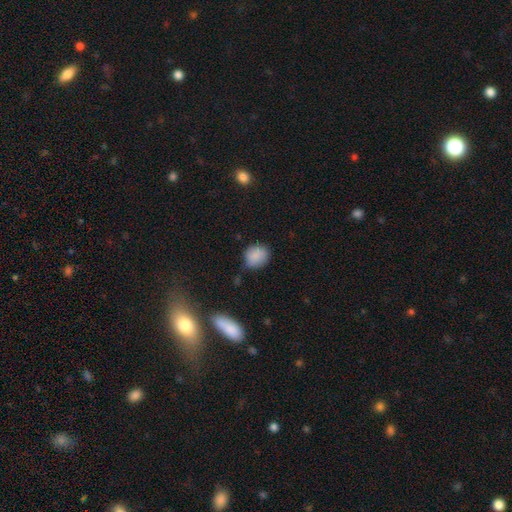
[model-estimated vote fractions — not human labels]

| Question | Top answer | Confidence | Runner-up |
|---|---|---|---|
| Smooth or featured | smooth | 85% | star or artifact (9%) |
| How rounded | round | 69% | in between (30%) |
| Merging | none | 70% | minor disturbance (23%) |